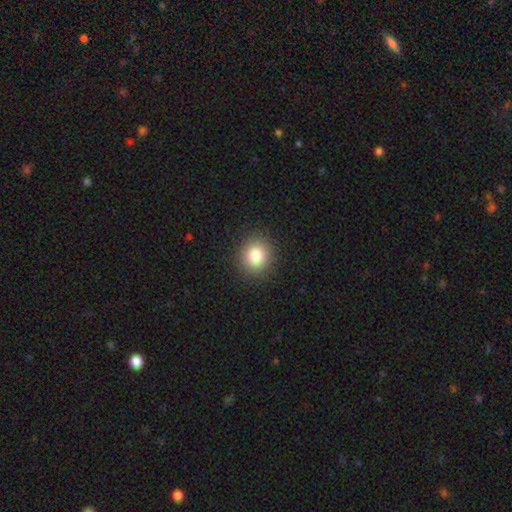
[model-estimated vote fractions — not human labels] Smooth or featured?
  - smooth: 83% *
  - star or artifact: 10%
  - featured or disk: 7%
How rounded?
  - round: 85% *
  - in between: 14%
  - cigar-shaped: 1%
Merging?
  - none: 90% *
  - minor disturbance: 7%
  - major disturbance: 2%
  - merger: 1%